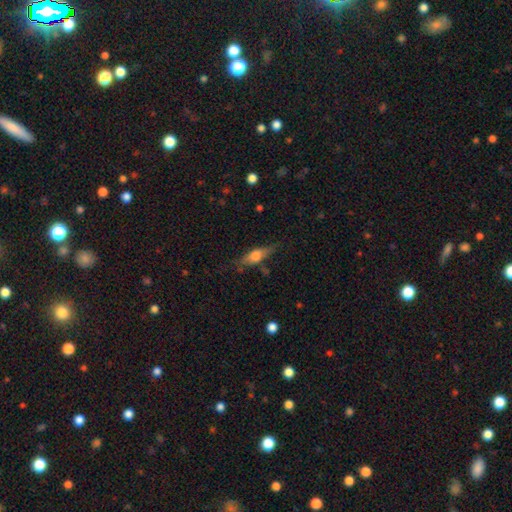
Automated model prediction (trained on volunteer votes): A smooth galaxy with no disk features (53%) that is cigar-shaped (49%). Merging: none (68%).